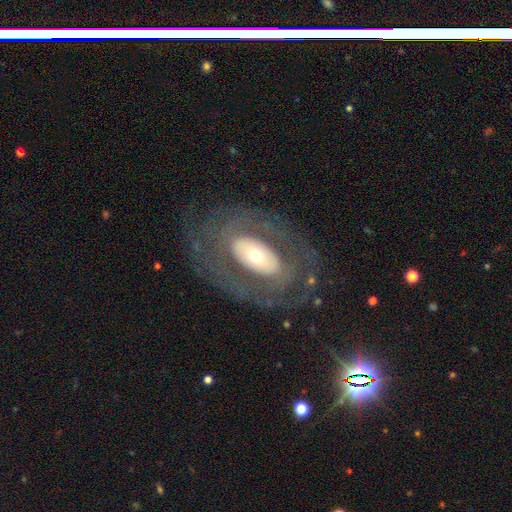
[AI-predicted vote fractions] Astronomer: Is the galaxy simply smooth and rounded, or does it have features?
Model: featured or disk — 67%.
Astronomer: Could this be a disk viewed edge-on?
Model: no — 92%.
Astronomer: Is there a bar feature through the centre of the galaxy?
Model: no — 68%.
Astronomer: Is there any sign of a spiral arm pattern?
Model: no — 58% (runner-up: yes, 42%).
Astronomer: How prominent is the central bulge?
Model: moderate — 49% (runner-up: small, 34%).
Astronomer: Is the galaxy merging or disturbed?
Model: none — 72%.